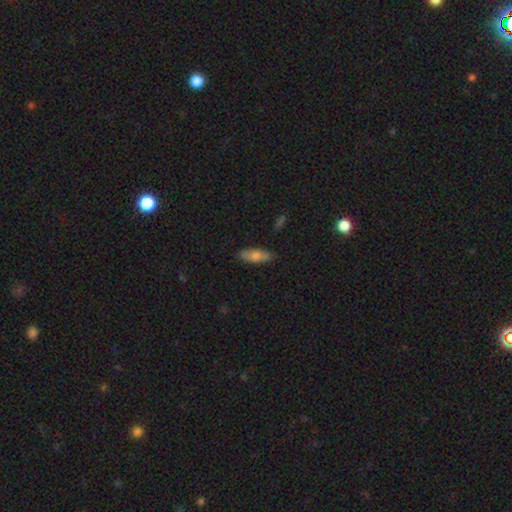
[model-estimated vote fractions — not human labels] This is likely a smooth galaxy (74%). How rounded: likely in between (69%). Merging: clearly none (84%).